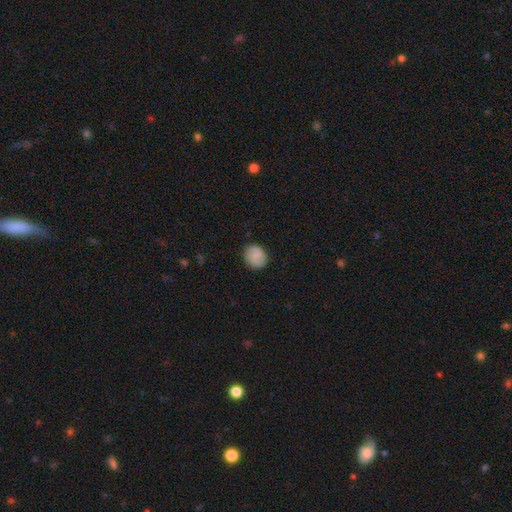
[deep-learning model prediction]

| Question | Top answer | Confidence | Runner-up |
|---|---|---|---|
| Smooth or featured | smooth | 83% | featured or disk (9%) |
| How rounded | round | 68% | in between (31%) |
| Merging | none | 83% | minor disturbance (13%) |